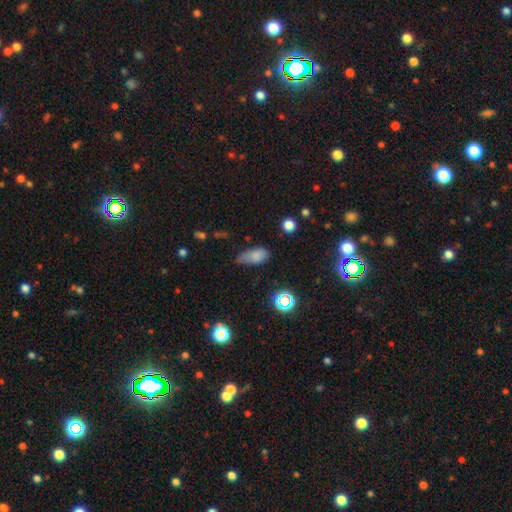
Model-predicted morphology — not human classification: This is likely a smooth galaxy (77%). How rounded: clearly in between (87%). Merging: possibly none (48%).